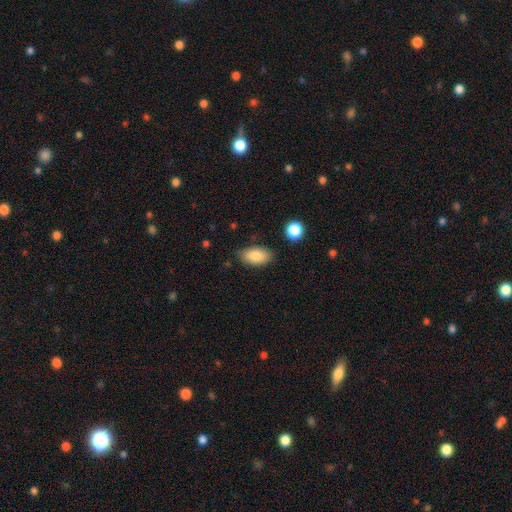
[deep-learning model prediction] smooth 83%, featured or disk 10%, star or artifact 7%. Down the decision tree: how rounded — in between (92%); merging — none (77%).